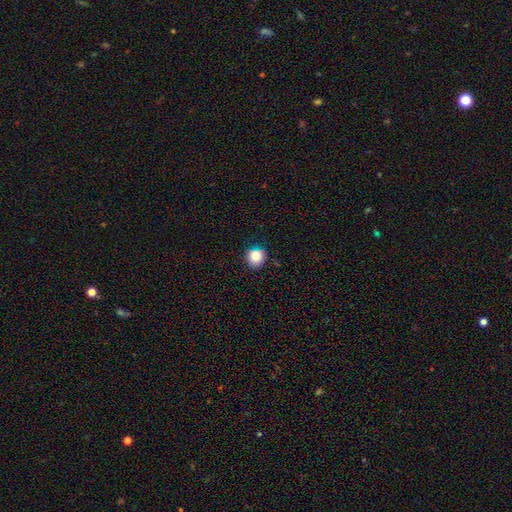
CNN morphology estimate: smooth-or-featured: smooth: 86% | star or artifact: 10% | featured or disk: 4%
  how-rounded: round: 90% | in between: 9% | cigar-shaped: 1%
  merging: none: 84% | minor disturbance: 12% | major disturbance: 2% | merger: 2%